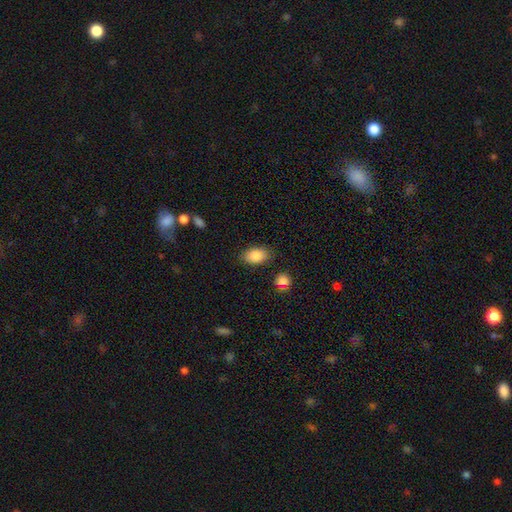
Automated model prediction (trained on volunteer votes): Smooth or featured: smooth — 86% (star or artifact — 8%)
How rounded: in between — 89% (round — 10%)
Merging: none — 82% (minor disturbance — 13%)